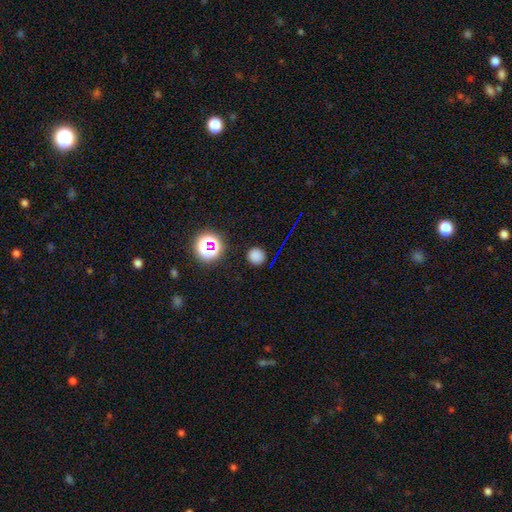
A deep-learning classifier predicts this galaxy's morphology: This appears to be a smooth galaxy with no disk features (73%) that is round (90%). Merging: none (88%).